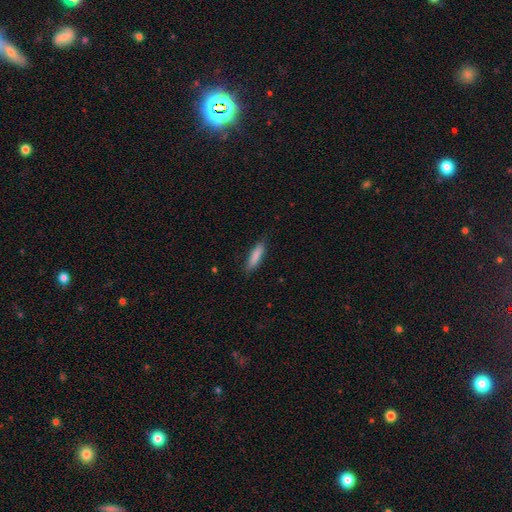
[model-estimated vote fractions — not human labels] Q: Smooth or featured?
A: smooth (85%); runner-up: featured or disk (9%)
Q: How rounded?
A: cigar-shaped (76%); runner-up: in between (23%)
Q: Merging?
A: none (83%); runner-up: minor disturbance (13%)